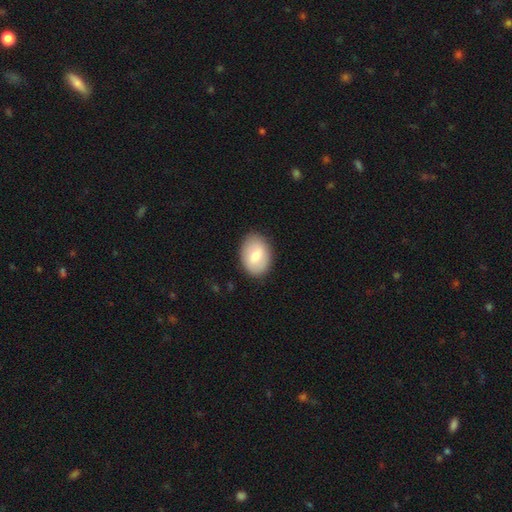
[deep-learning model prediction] The model was most divided on "smooth or featured": smooth: 73%, featured or disk: 20%, star or artifact: 6%. More confident: merging — none (87%); how rounded — in between (79%).